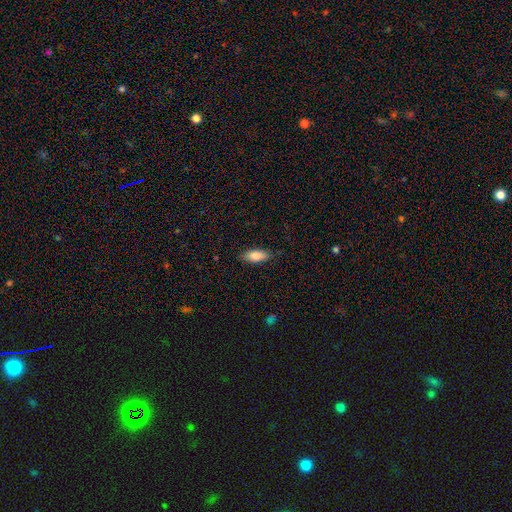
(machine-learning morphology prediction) smooth_or_featured: smooth (p=0.82) [alt: featured or disk p=0.11]
how_rounded: in between (p=0.80) [alt: cigar-shaped p=0.18]
merging: none (p=0.86) [alt: minor disturbance p=0.11]